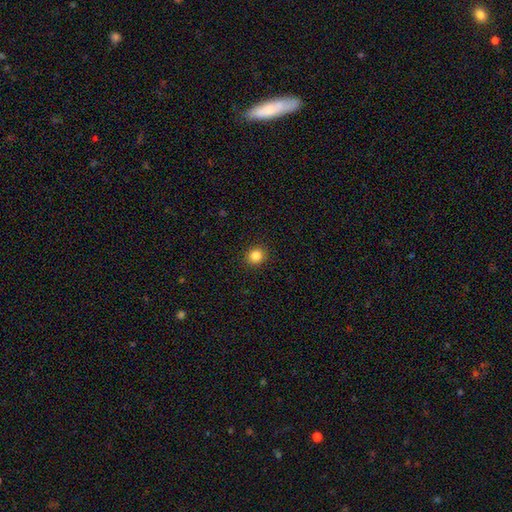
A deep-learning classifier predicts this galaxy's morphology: This is clearly a smooth galaxy (84%). How rounded: clearly round (83%). Merging: clearly none (91%).